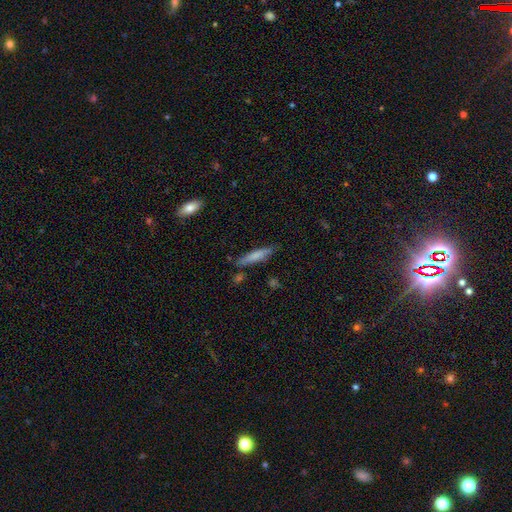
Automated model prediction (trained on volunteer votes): Smooth or featured?
  - smooth: 72% *
  - featured or disk: 22%
  - star or artifact: 6%
How rounded?
  - cigar-shaped: 87% *
  - in between: 11%
  - round: 2%
Merging?
  - none: 80% *
  - minor disturbance: 14%
  - merger: 3%
  - major disturbance: 3%